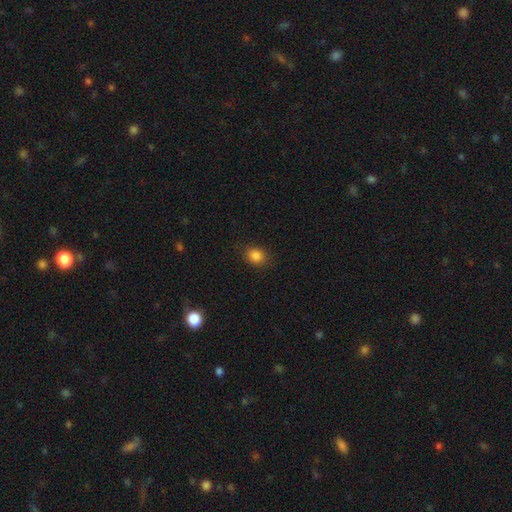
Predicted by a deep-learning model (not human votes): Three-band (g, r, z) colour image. It shows a smooth galaxy with no disk features (85%) that is round (56%). Merging: none (86%).